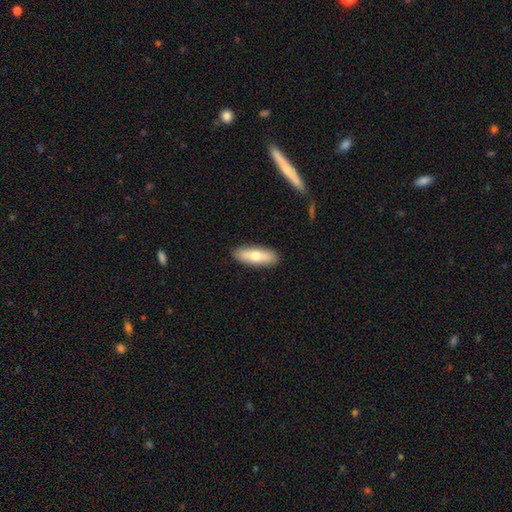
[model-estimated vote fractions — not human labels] Smooth or featured? Predicted: smooth (p=0.68). How rounded? Predicted: in between (p=0.65). Merging? Predicted: none (p=0.88).